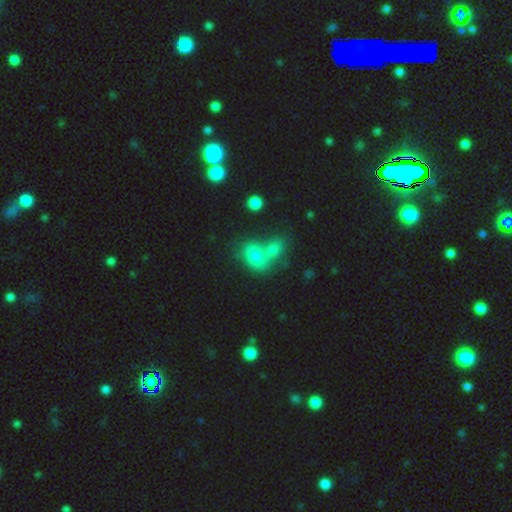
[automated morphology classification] smooth 73%, featured or disk 14%, star or artifact 13%. Down the decision tree: how rounded — in between (65%); merging — merger (57%).